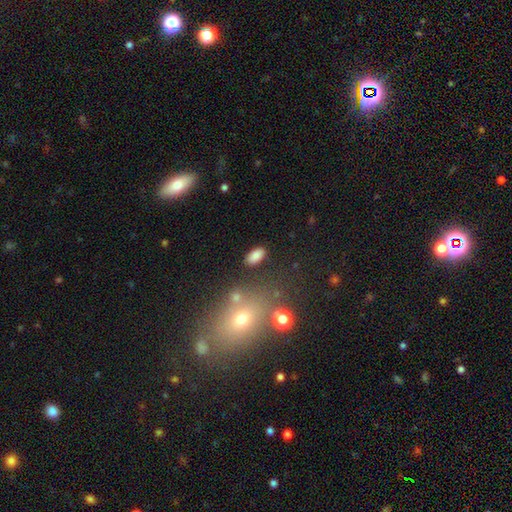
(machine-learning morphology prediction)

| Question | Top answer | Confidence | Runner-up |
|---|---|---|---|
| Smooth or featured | smooth | 85% | star or artifact (9%) |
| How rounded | in between | 92% | round (4%) |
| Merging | none | 83% | minor disturbance (10%) |